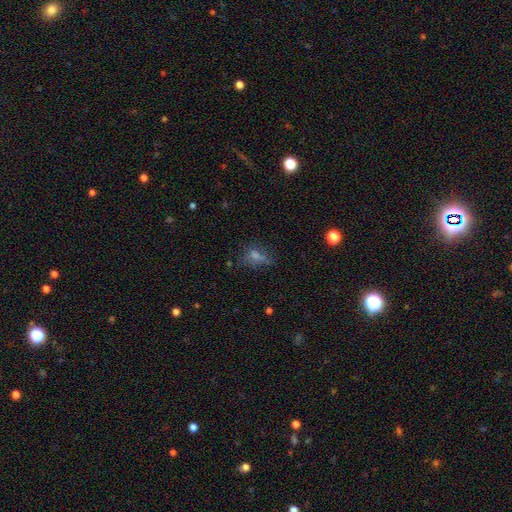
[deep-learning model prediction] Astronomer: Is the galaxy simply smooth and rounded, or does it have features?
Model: smooth — 48% (runner-up: star or artifact, 31%).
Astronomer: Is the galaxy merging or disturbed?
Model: none — 53%.